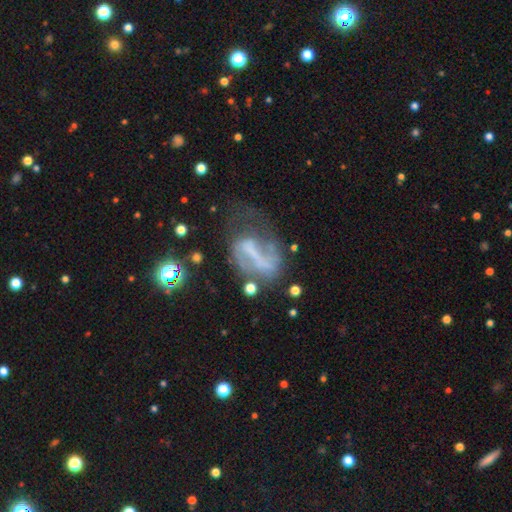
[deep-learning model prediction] A featured or disk galaxy (65%) with a strong bar (45%), spiral arms (56%) and no central bulge (69%). Merging: major disturbance (38%).